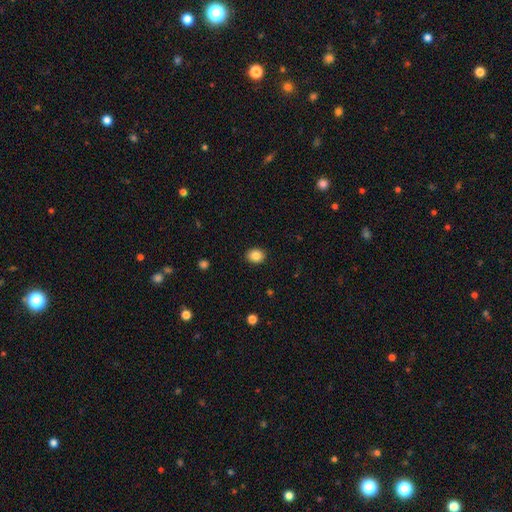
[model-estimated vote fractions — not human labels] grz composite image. It shows a smooth galaxy with no disk features (86%) that is round (60%). Merging: none (90%).